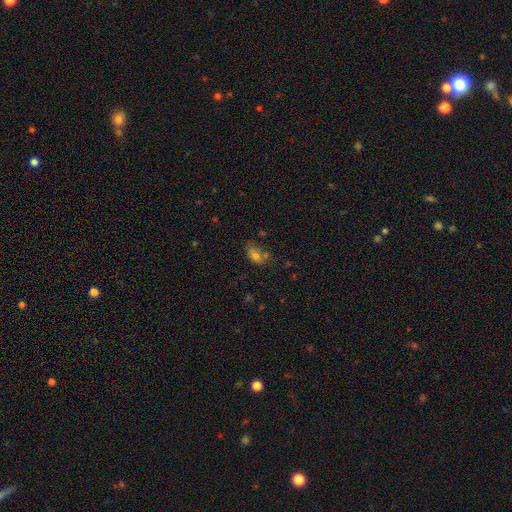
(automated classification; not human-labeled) A smooth galaxy with no disk features (67%) that is in between round and cigar-shaped (81%). Merging: none (49%).